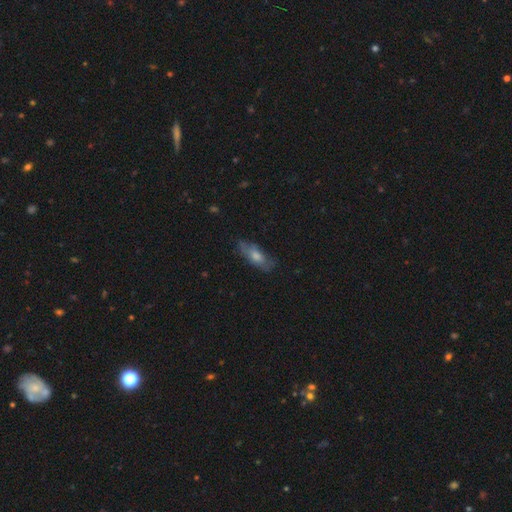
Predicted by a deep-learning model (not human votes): A smooth galaxy with no disk features (61%) that is in between round and cigar-shaped (64%). Merging: none (65%).